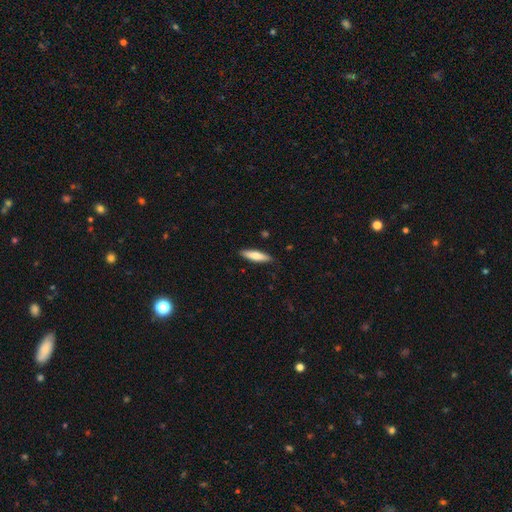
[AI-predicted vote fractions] Q: Smooth or featured?
A: smooth (72%); runner-up: featured or disk (23%)
Q: How rounded?
A: cigar-shaped (70%); runner-up: in between (29%)
Q: Merging?
A: none (88%); runner-up: minor disturbance (9%)